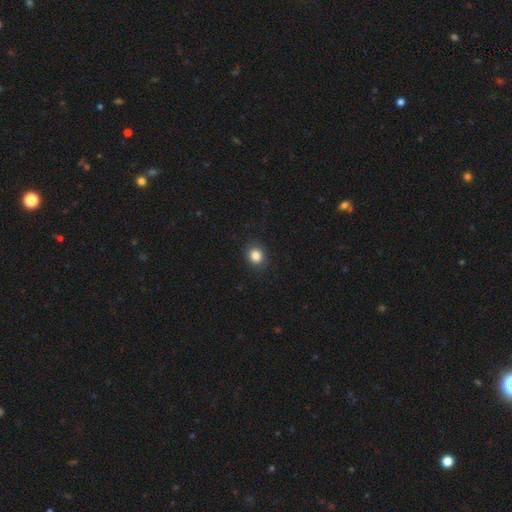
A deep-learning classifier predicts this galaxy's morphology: smooth 85%, star or artifact 10%, featured or disk 5%. Down the decision tree: how rounded — round (70%); merging — none (88%).